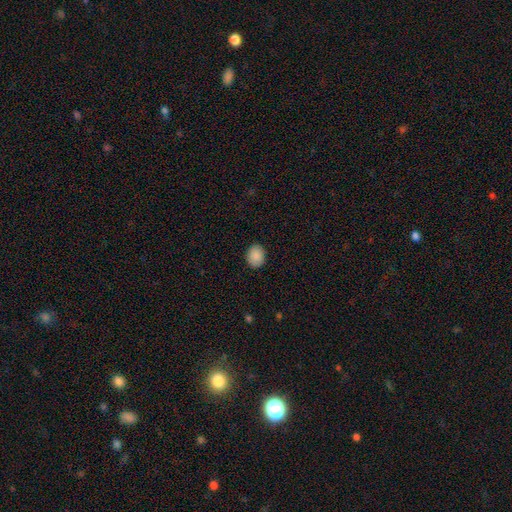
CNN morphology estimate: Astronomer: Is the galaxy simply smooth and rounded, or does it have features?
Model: smooth — 89%.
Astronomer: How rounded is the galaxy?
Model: in between — 56% (runner-up: round, 43%).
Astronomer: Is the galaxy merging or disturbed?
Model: none — 89%.